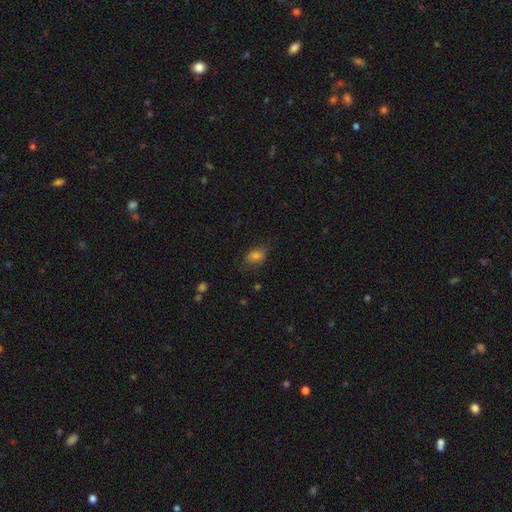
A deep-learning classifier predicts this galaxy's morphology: Smooth or featured: smooth — 75% (star or artifact — 13%)
How rounded: in between — 74% (round — 24%)
Merging: none — 71% (minor disturbance — 21%)